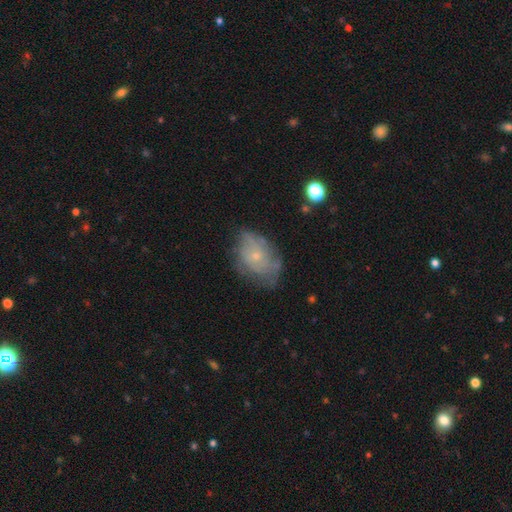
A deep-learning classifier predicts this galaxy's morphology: Smooth or featured? featured or disk (53%)
Edge-on disk? no (96%)
Bar? no (86%)
Spiral arms? yes (59%)
Bulge size? small (76%)
Merging? none (54%)